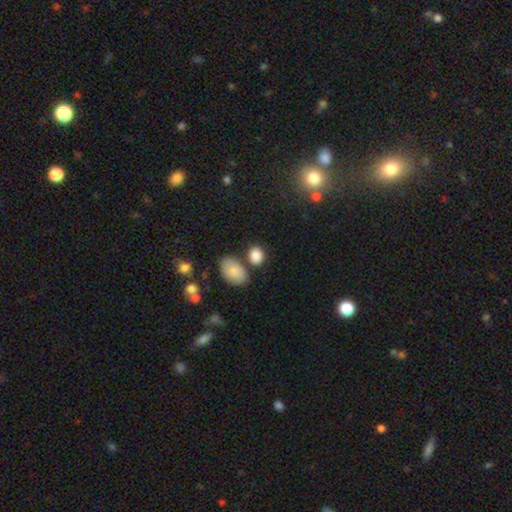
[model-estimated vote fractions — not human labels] Overall: smooth (86%). How rounded: in between (56%; round 42%). Merging: none (69%).